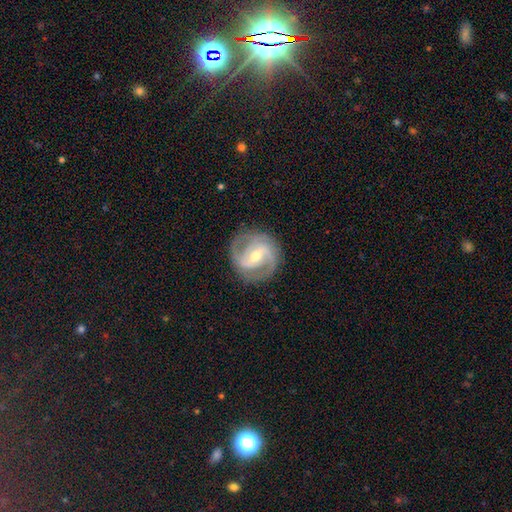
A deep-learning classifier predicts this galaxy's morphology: Overall: featured or disk (86%). Edge-on disk: no (97%). Bar: weak (49%; strong 33%). Spiral arms: yes (96%). Spiral arm count: 2 (71%). Spiral winding: medium (51%; tight 34%). Bulge size: moderate (56%; small 39%). Merging: none (83%).